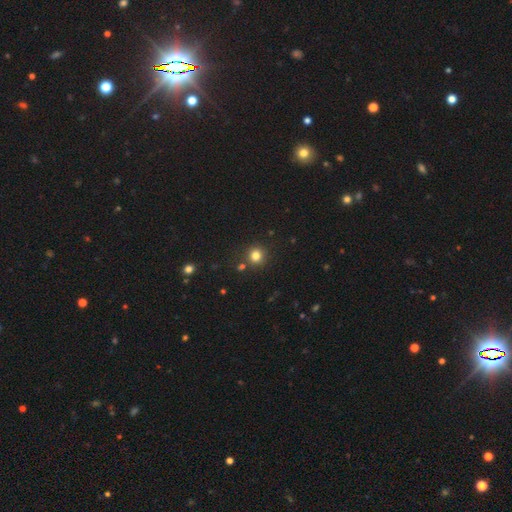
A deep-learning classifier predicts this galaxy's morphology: Overall: smooth (80%). How rounded: round (92%). Merging: none (85%).